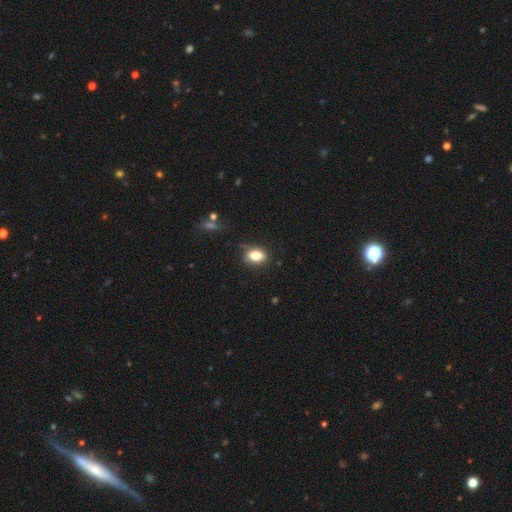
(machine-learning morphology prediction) smooth 81%, star or artifact 10%, featured or disk 9%. Down the decision tree: how rounded — in between (68%); merging — none (72%).